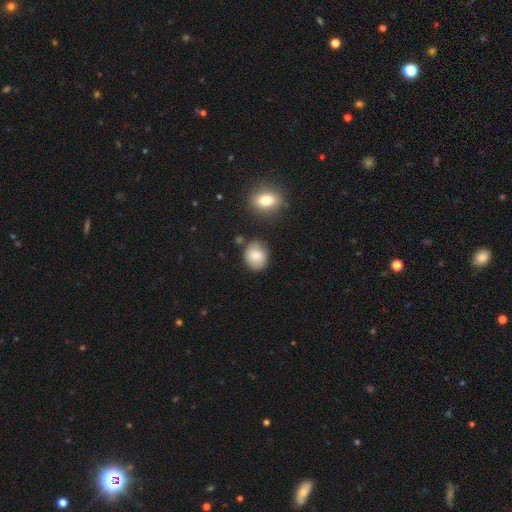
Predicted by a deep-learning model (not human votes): smooth 79%, featured or disk 13%, star or artifact 8%. Down the decision tree: how rounded — round (60%); merging — none (74%).